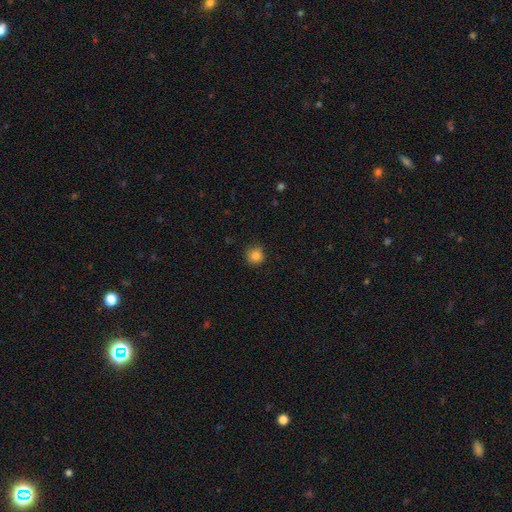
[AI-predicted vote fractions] Smooth or featured? smooth (85%)
How rounded? round (91%)
Merging? none (84%)